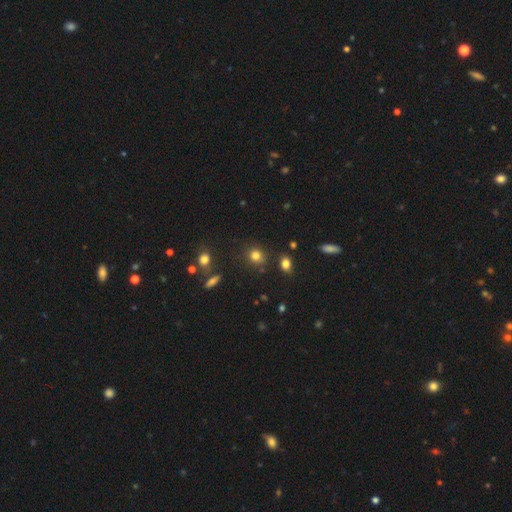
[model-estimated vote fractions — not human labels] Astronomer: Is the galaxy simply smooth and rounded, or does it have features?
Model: smooth — 80%.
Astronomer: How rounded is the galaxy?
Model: round — 75%.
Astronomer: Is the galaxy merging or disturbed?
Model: none — 78%.